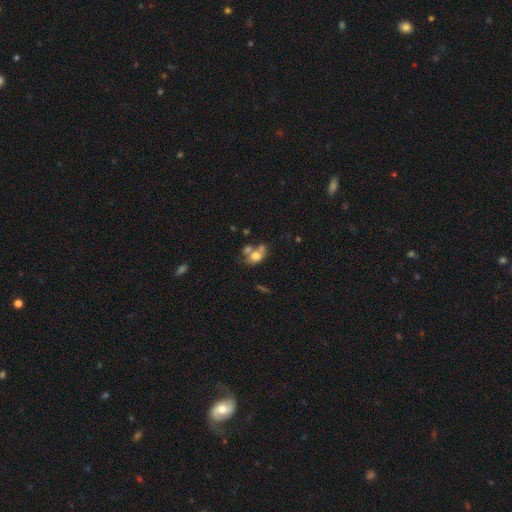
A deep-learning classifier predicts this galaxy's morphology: Overall: smooth (64%; featured or disk 25%). How rounded: in between (66%; round 32%). Merging: merger (45%; none 28%).